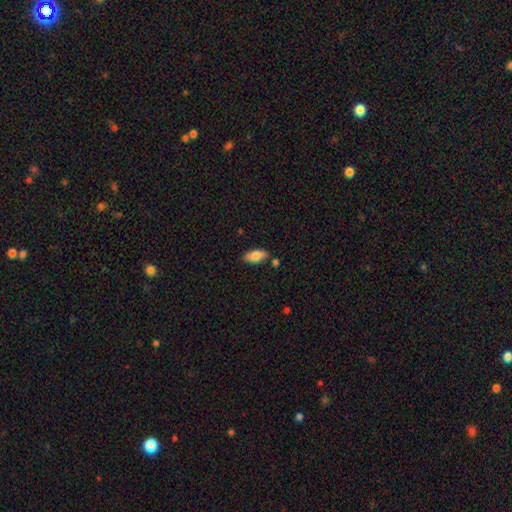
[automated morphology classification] This is clearly a smooth galaxy (85%). How rounded: clearly in between (89%). Merging: clearly none (80%).